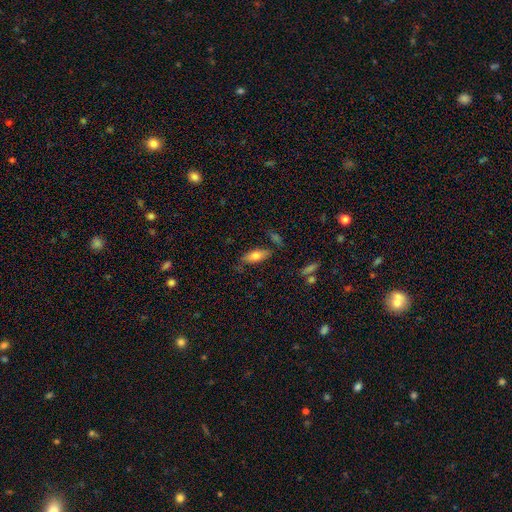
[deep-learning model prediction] Smooth or featured? smooth (73%)
How rounded? in between (73%)
Merging? none (72%)